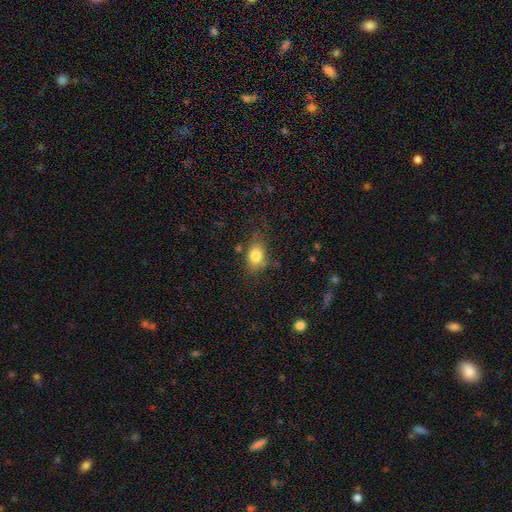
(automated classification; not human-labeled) Q: Smooth or featured?
A: smooth (81%); runner-up: featured or disk (10%)
Q: How rounded?
A: in between (74%); runner-up: round (24%)
Q: Merging?
A: none (67%); runner-up: minor disturbance (22%)